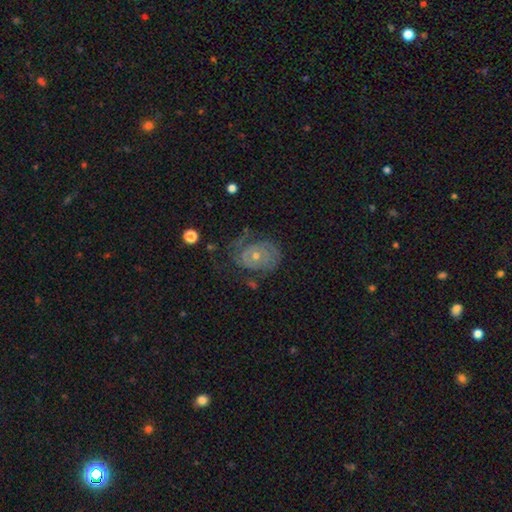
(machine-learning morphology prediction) This appears to be a featured or disk galaxy (75%) with no bar (81%), tight (68%) spiral arms (82%) and a small central bulge (60%). Merging: none (55%).